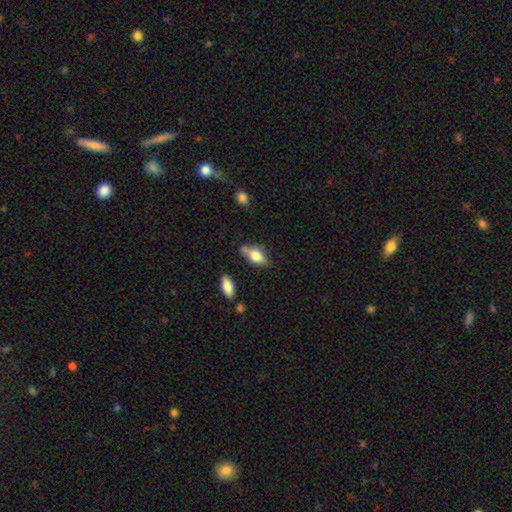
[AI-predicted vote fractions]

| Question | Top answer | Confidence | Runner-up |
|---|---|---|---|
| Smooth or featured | smooth | 67% | featured or disk (25%) |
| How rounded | in between | 81% | cigar-shaped (14%) |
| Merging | none | 59% | minor disturbance (24%) |